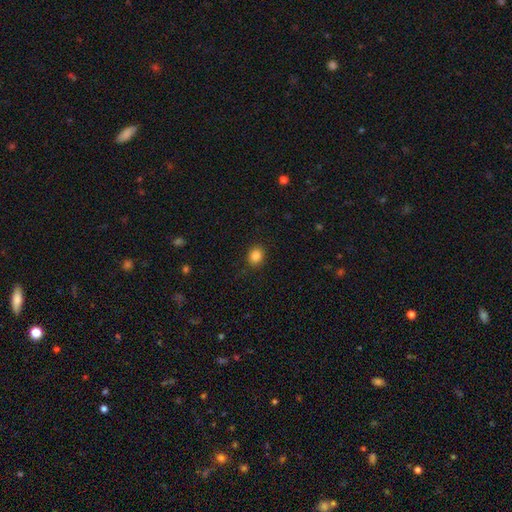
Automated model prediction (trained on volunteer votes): A smooth galaxy with no disk features (85%) that is round (64%). Merging: none (90%).